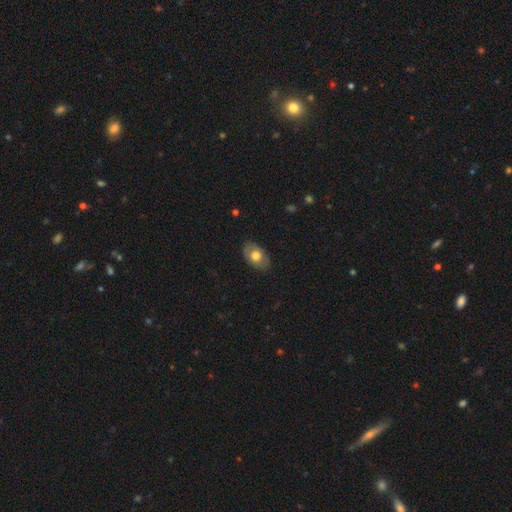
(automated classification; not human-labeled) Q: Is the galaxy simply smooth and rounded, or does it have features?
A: smooth — 66%.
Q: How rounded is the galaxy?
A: in between — 86%.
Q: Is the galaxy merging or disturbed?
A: none — 81%.